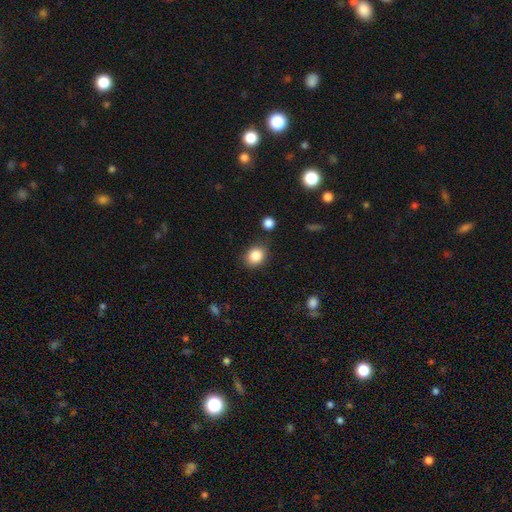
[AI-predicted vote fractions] Smooth or featured?
  - smooth: 85% *
  - star or artifact: 9%
  - featured or disk: 5%
How rounded?
  - round: 58% *
  - in between: 41%
  - cigar-shaped: 1%
Merging?
  - none: 81% *
  - minor disturbance: 12%
  - major disturbance: 3%
  - merger: 3%